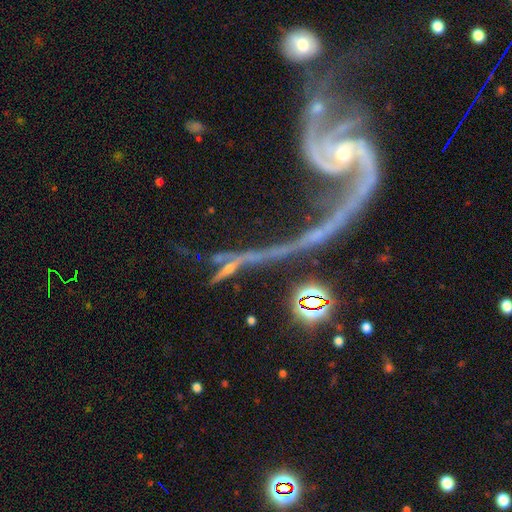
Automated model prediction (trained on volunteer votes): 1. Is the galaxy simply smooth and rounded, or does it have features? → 71% featured or disk, 19% star or artifact, 10% smooth.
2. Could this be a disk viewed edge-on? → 79% no, 21% yes.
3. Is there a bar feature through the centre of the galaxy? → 51% no, 27% weak, 22% strong.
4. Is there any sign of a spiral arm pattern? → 76% yes, 24% no.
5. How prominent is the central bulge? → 57% small, 24% moderate, 12% none, 4% large, 3% dominant.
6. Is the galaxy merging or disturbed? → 34% none, 30% major disturbance, 21% merger, 16% minor disturbance.